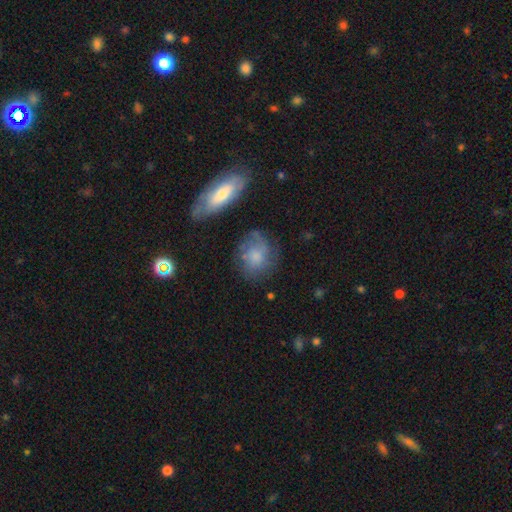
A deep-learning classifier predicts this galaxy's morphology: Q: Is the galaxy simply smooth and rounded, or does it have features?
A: smooth — 54%.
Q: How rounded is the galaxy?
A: round — 55%.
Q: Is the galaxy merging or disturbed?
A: none — 61%.